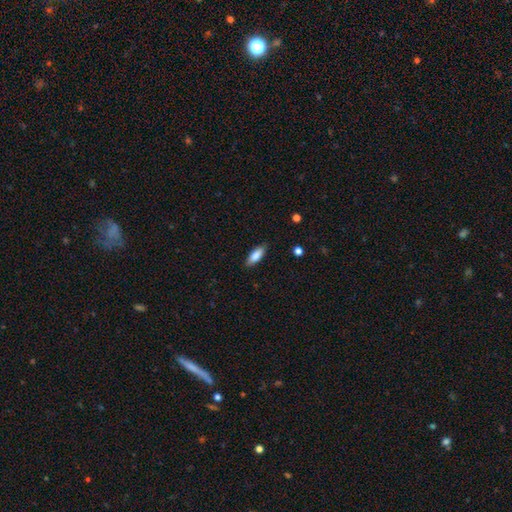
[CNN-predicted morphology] This appears to be a smooth galaxy with no disk features (82%) that is in between round and cigar-shaped (69%). Merging: none (86%).